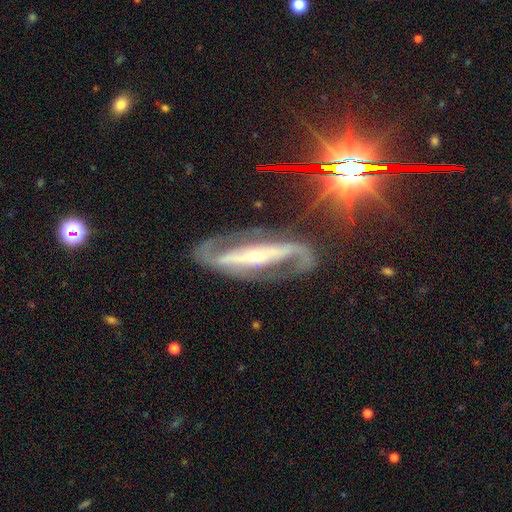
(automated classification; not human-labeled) Morphology: type=featured or disk (87%); edge-on=no (86%); bar=strong (72%); spiral arms=yes (94%); winding=medium (48%); arm count=2 (91%); bulge=small (61%); merging=none (77%).